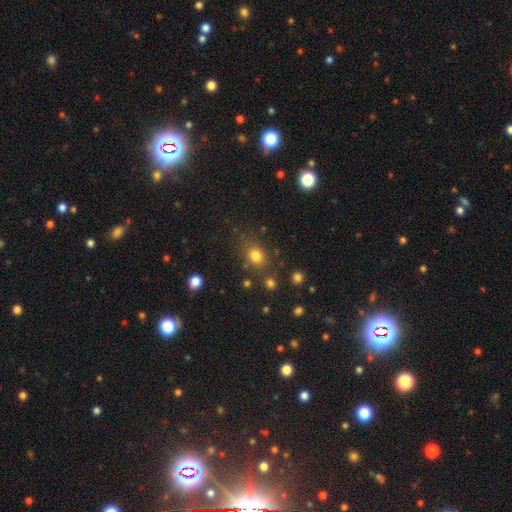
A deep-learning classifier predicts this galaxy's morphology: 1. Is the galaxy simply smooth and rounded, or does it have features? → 79% smooth, 13% star or artifact, 7% featured or disk.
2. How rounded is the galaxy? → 51% in between, 47% round, 1% cigar-shaped.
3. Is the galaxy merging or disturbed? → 74% none, 14% minor disturbance, 7% merger, 6% major disturbance.